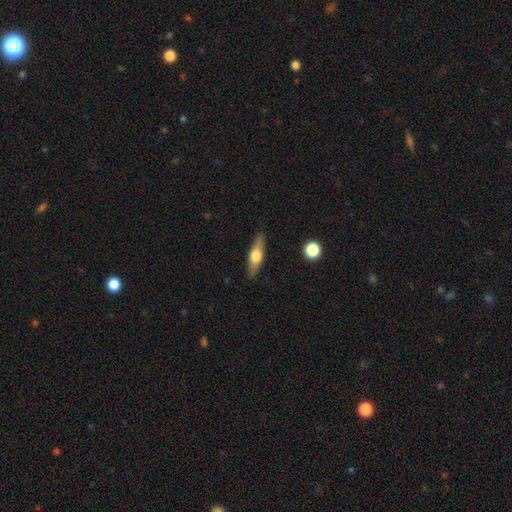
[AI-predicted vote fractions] A smooth galaxy with no disk features (50%) that is cigar-shaped (60%).

Vote fractions:
- Smooth or featured? smooth: 50% / featured or disk: 44% / star or artifact: 6%
- How rounded? cigar-shaped: 60% / in between: 36% / round: 3%
- Merging? none: 87% / minor disturbance: 9% / major disturbance: 2% / merger: 1%